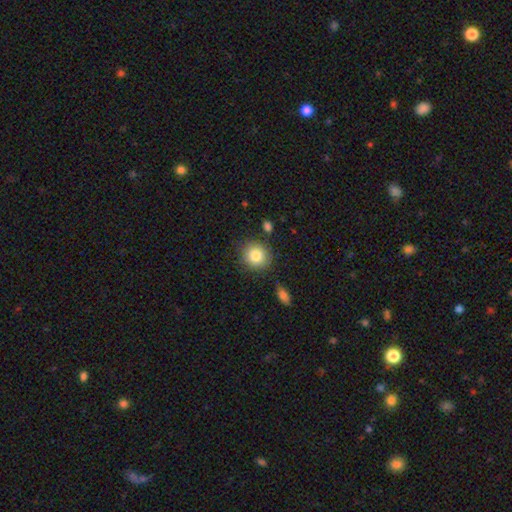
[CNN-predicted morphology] Smooth or featured: smooth — 82% (star or artifact — 9%)
How rounded: round — 87% (in between — 12%)
Merging: none — 83% (minor disturbance — 11%)